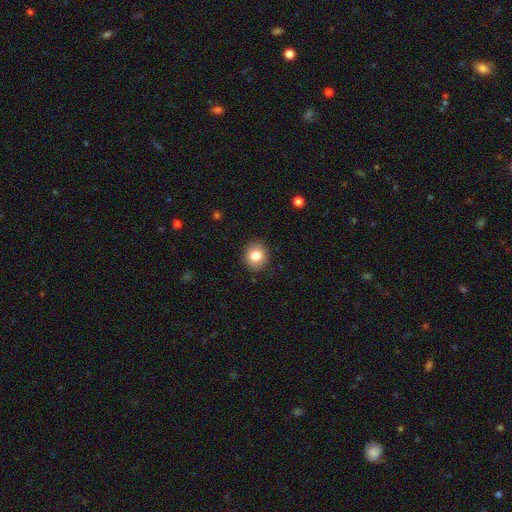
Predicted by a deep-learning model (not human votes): Overall: smooth (81%). How rounded: round (77%). Merging: none (90%).